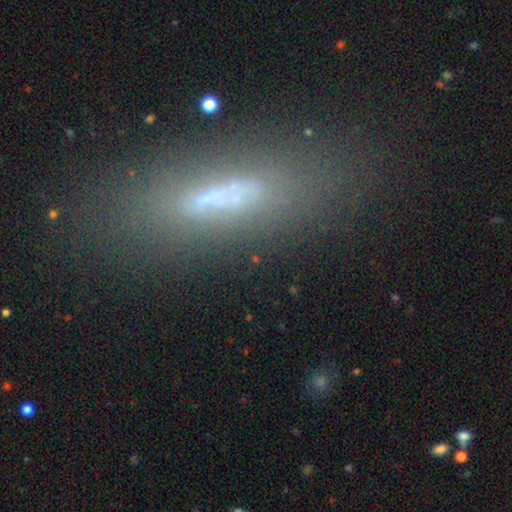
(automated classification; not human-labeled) featured or disk 42%, smooth 41%, star or artifact 17%. Down the decision tree: merging — none (72%).